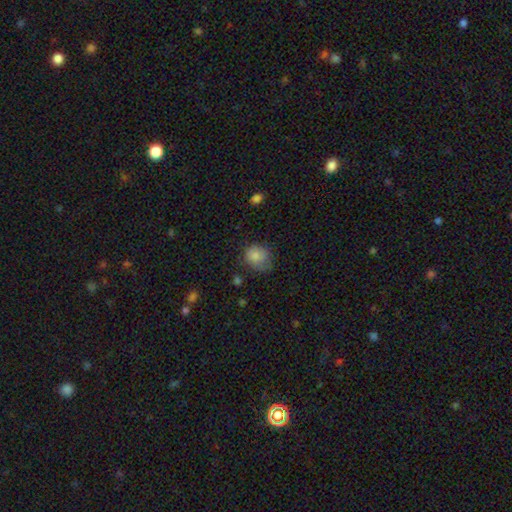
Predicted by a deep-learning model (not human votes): Overall: smooth (83%). How rounded: round (67%; in between 32%). Merging: none (54%; minor disturbance 32%).